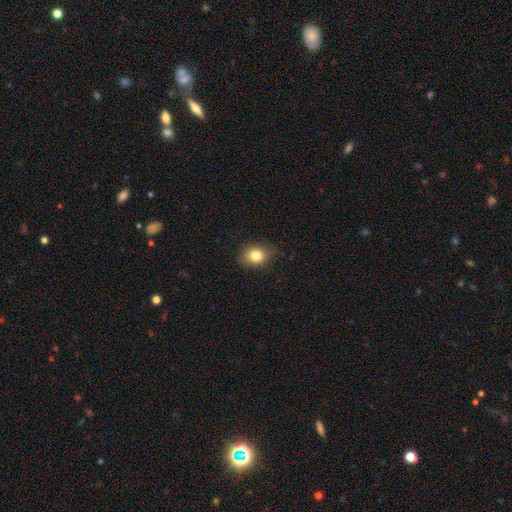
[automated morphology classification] A smooth galaxy with no disk features (81%) that is round (49%, tied with in between).

Vote fractions:
- Smooth or featured? smooth: 81% / star or artifact: 11% / featured or disk: 8%
- How rounded? round: 49% (tied) / in between: 49% (tied) / cigar-shaped: 1%
- Merging? none: 81% / minor disturbance: 15% / major disturbance: 3% / merger: 1%